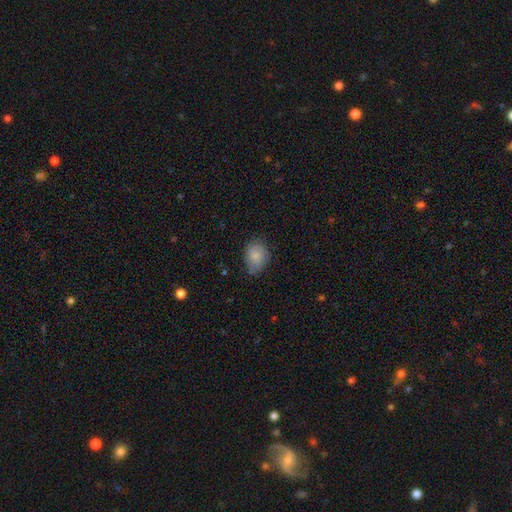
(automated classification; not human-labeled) smooth 82%, featured or disk 10%, star or artifact 8%. Down the decision tree: how rounded — in between (58%); merging — none (62%).